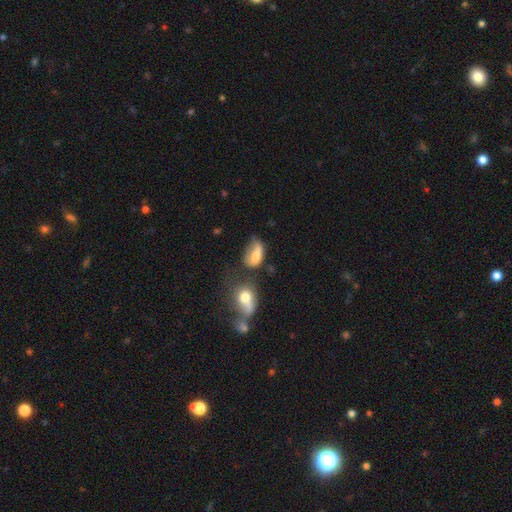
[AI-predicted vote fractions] The model was most divided on "merging": minor disturbance: 28%, major disturbance: 27%, none: 25%, merger: 19%. More confident: how rounded — in between (85%); smooth or featured — smooth (69%).